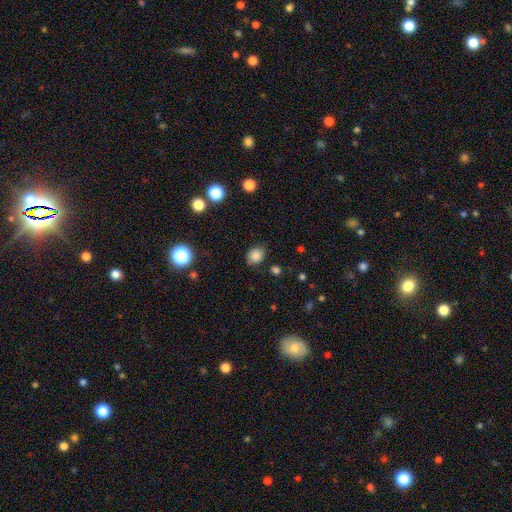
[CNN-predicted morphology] A smooth galaxy with no disk features (83%) that is round (60%). Merging: none (82%).